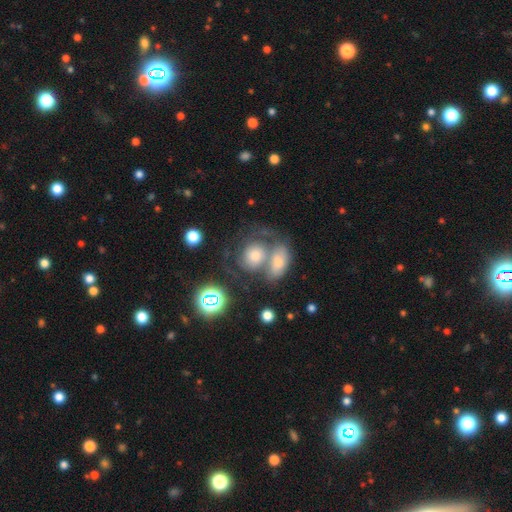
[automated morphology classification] This appears to be a smooth galaxy with no disk features (48%). Merging: merger (51%).